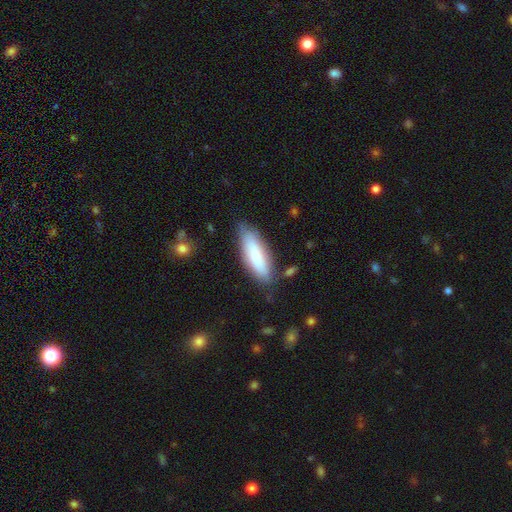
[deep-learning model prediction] smooth 78%, featured or disk 16%, star or artifact 6%. Down the decision tree: how rounded — in between (57%); merging — none (76%).